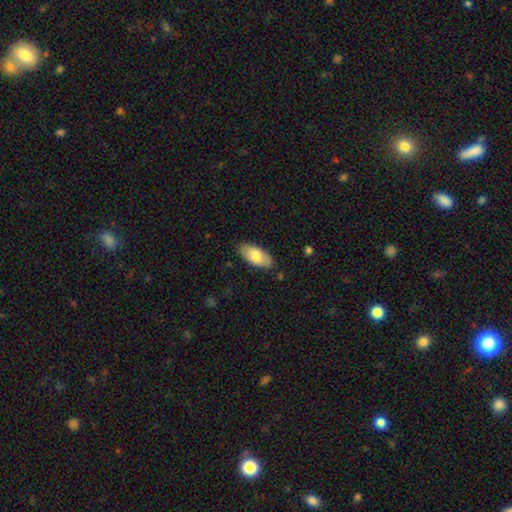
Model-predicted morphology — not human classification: Smooth or featured? Predicted: smooth (p=0.76). How rounded? Predicted: in between (p=0.91). Merging? Predicted: none (p=0.84).